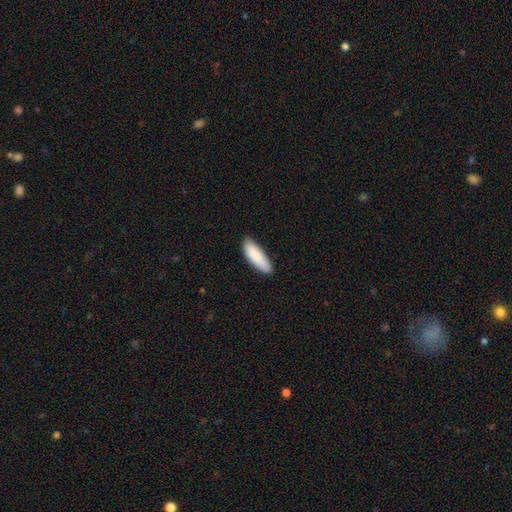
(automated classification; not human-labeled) A smooth galaxy with no disk features (88%) that is in between round and cigar-shaped (53%).

Vote fractions:
- Smooth or featured? smooth: 88% / featured or disk: 6% / star or artifact: 5%
- How rounded? in between: 53% / cigar-shaped: 46% / round: 1%
- Merging? none: 82% / minor disturbance: 15% / major disturbance: 2% / merger: 1%